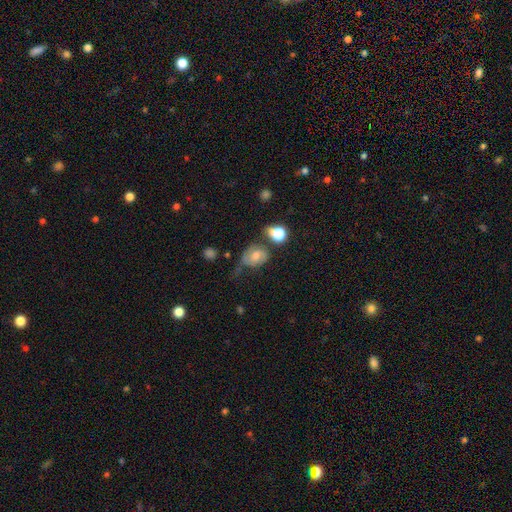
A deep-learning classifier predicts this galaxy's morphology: Smooth or featured? Predicted: smooth (p=0.58). How rounded? Predicted: in between (p=0.50). Merging? Predicted: none (p=0.38).